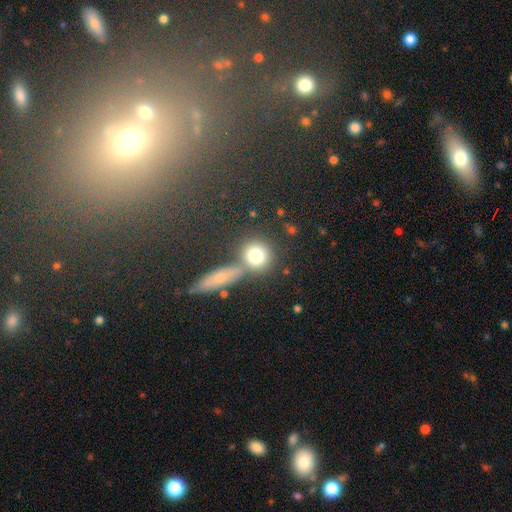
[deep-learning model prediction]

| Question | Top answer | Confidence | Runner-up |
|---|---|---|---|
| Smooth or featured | smooth | 77% | featured or disk (12%) |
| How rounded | round | 83% | in between (13%) |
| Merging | none | 64% | merger (22%) |